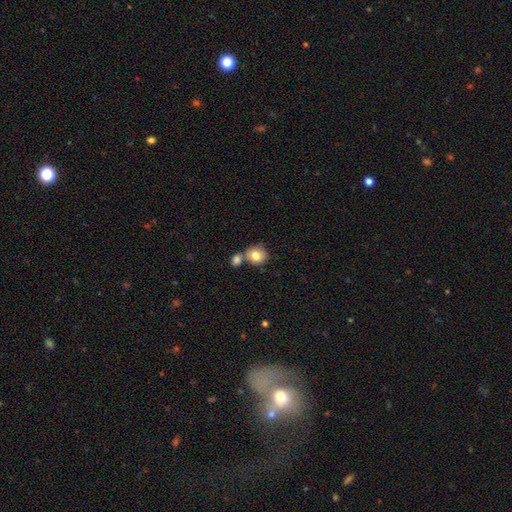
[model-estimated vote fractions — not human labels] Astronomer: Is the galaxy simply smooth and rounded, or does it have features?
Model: smooth — 80%.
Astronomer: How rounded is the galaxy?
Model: round — 79%.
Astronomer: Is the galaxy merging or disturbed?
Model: none — 51% (runner-up: merger, 36%).